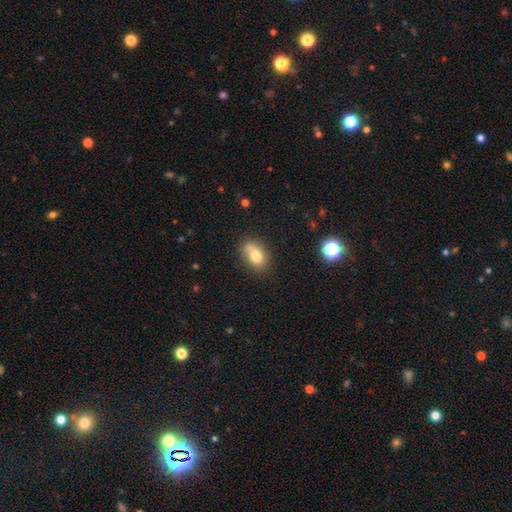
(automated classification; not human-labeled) A smooth galaxy with no disk features (75%) that is in between round and cigar-shaped (75%).

Vote fractions:
- Smooth or featured? smooth: 75% / featured or disk: 15% / star or artifact: 10%
- How rounded? in between: 75% / round: 23% / cigar-shaped: 2%
- Merging? none: 58% / minor disturbance: 23% / merger: 12% / major disturbance: 7%